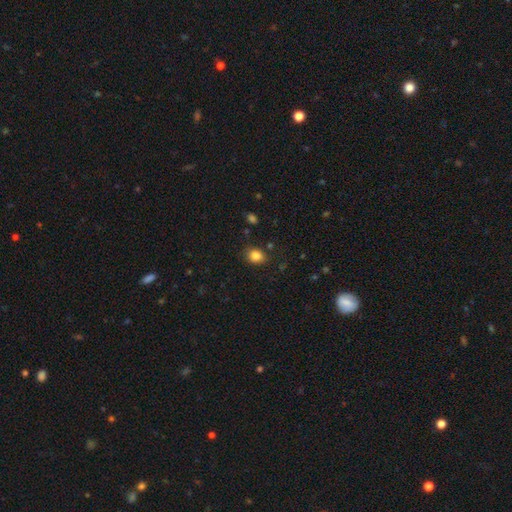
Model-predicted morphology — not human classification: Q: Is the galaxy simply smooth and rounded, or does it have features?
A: smooth — 84%.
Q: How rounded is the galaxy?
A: round — 54%.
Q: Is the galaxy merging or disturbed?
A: none — 83%.